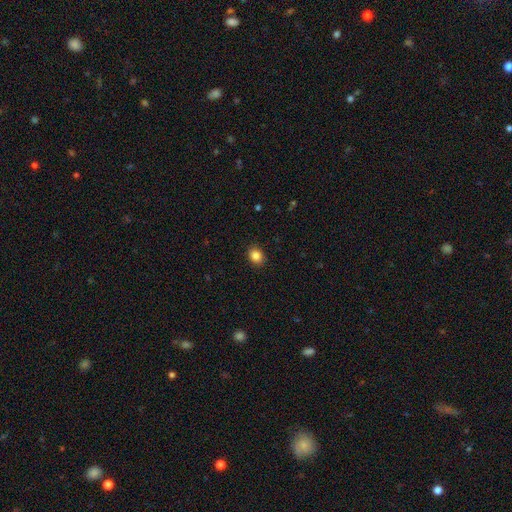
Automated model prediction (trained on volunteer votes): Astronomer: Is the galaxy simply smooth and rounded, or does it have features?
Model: smooth — 86%.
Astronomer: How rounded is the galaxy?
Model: round — 56% (runner-up: in between, 43%).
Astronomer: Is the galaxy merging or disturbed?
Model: none — 91%.